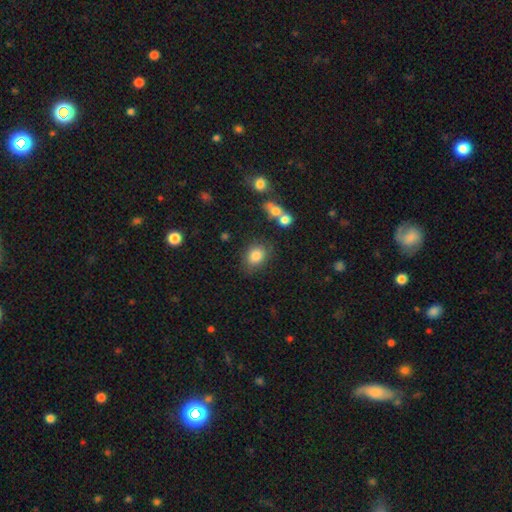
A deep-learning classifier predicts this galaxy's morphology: Smooth or featured?
  - smooth: 84% *
  - star or artifact: 9%
  - featured or disk: 7%
How rounded?
  - in between: 57% *
  - round: 42%
  - cigar-shaped: 1%
Merging?
  - none: 73% *
  - minor disturbance: 16%
  - merger: 6%
  - major disturbance: 5%